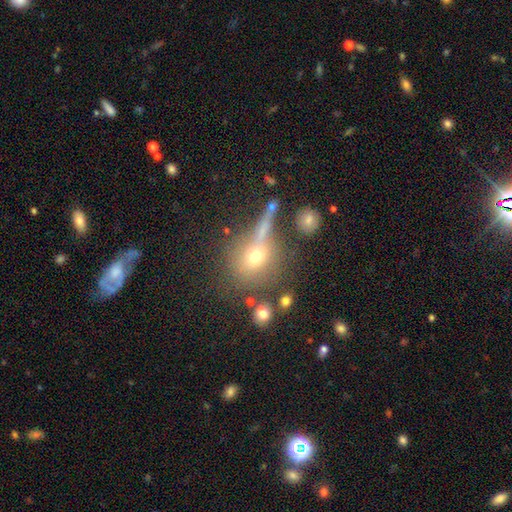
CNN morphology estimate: Overall: smooth (64%). How rounded: round (79%). Merging: none (60%).